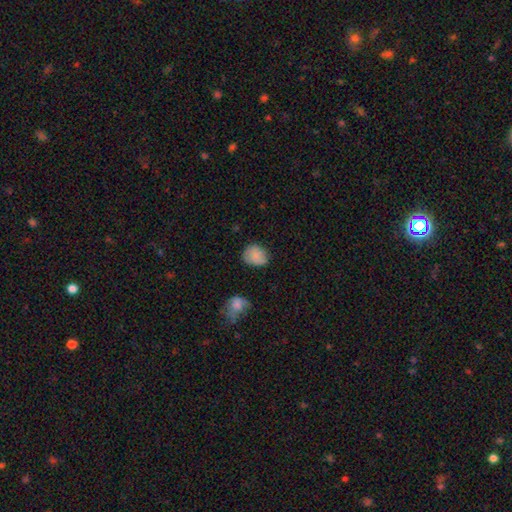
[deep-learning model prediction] Smooth or featured?
  - smooth: 82% *
  - featured or disk: 9%
  - star or artifact: 8%
How rounded?
  - round: 51% *
  - in between: 48%
  - cigar-shaped: 1%
Merging?
  - none: 63% *
  - minor disturbance: 29%
  - major disturbance: 6%
  - merger: 3%